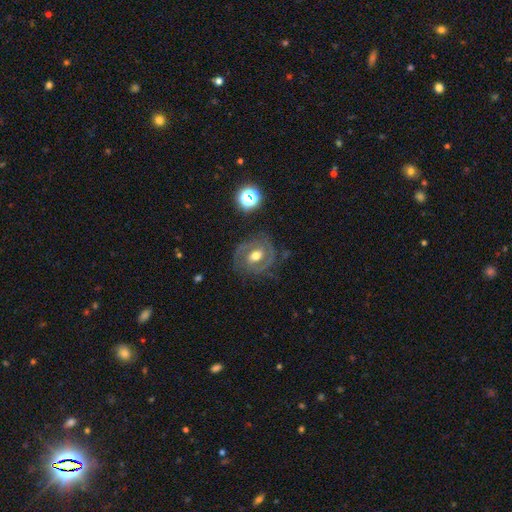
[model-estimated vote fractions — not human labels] This appears to be a featured or disk galaxy (76%) with a weak bar (43%), 2 (77%) tight (53%) spiral arms (86%) and a moderate central bulge (73%). Merging: none (77%).